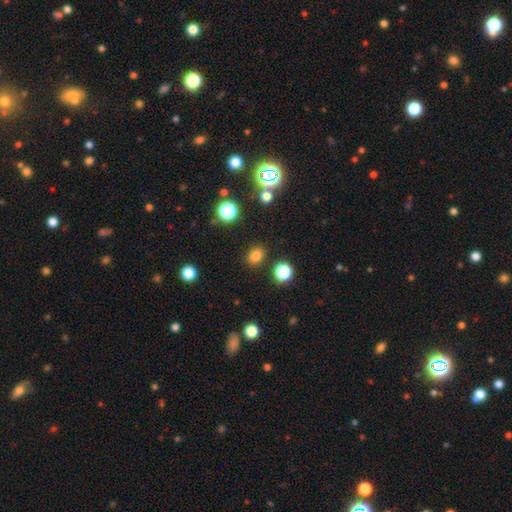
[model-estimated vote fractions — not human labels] This is clearly a smooth galaxy (80%). How rounded: possibly round (54%). Merging: clearly none (87%).